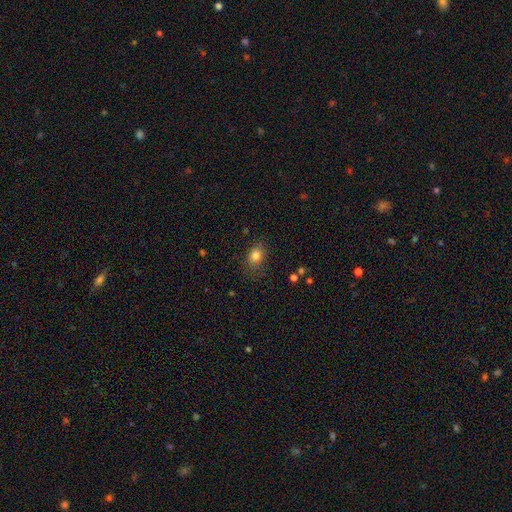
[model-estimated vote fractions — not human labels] A smooth galaxy with no disk features (81%) that is in between round and cigar-shaped (60%).

Vote fractions:
- Smooth or featured? smooth: 81% / star or artifact: 11% / featured or disk: 7%
- How rounded? in between: 60% / round: 38% / cigar-shaped: 1%
- Merging? none: 79% / minor disturbance: 15% / major disturbance: 4% / merger: 1%